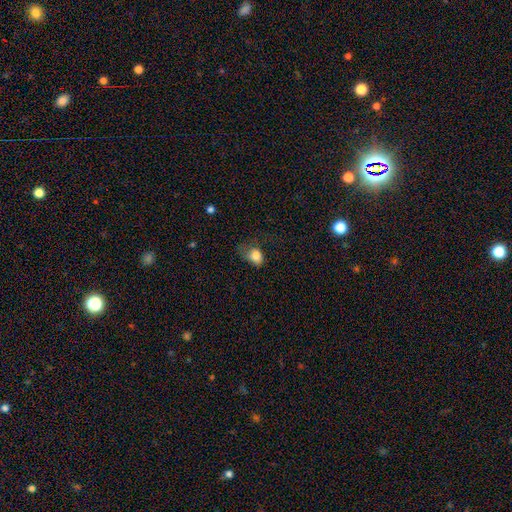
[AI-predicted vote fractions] Smooth or featured: smooth — 81% (featured or disk — 10%)
How rounded: in between — 68% (round — 31%)
Merging: major disturbance — 38% (minor disturbance — 33%)